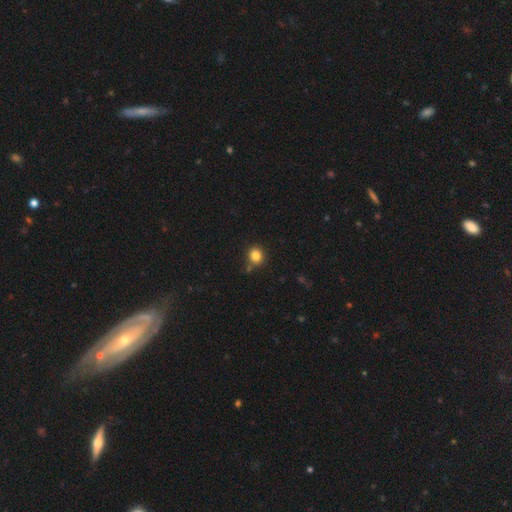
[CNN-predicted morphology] The model was most divided on "how rounded": round: 81%, in between: 18%, cigar-shaped: 1%. More confident: smooth or featured — smooth (82%); merging — none (81%).